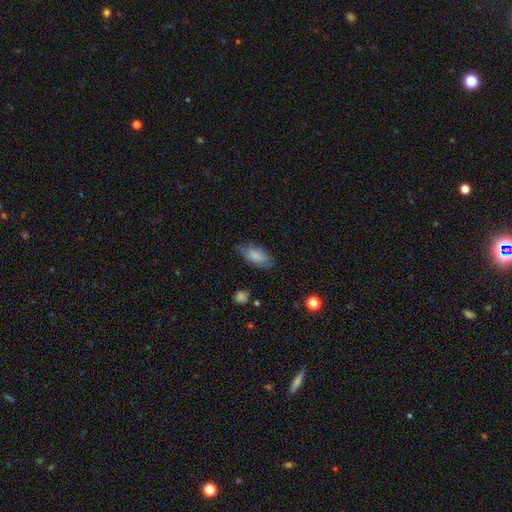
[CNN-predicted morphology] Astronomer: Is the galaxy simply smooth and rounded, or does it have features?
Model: smooth — 80%.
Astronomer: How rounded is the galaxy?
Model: in between — 89%.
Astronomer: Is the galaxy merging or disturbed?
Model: none — 68%.